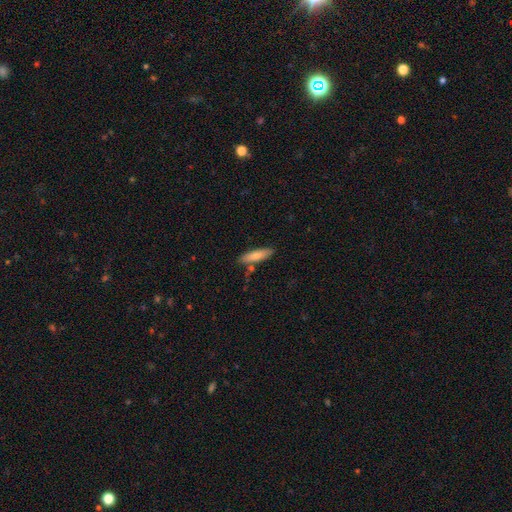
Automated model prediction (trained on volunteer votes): Smooth or featured? smooth (78%)
How rounded? cigar-shaped (69%)
Merging? none (80%)